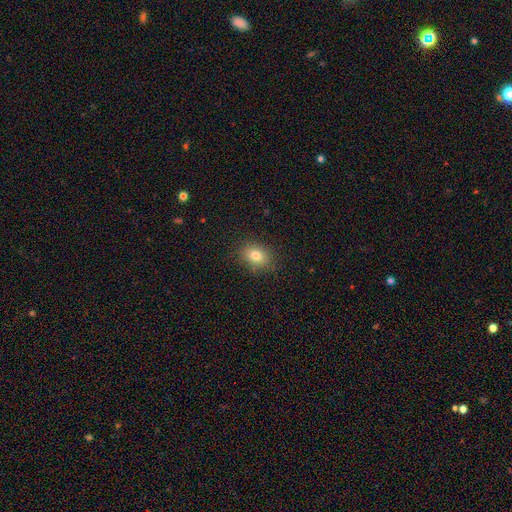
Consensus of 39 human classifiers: This is clearly a smooth galaxy (85%). How rounded: possibly in between (52%). Merging: clearly none (86%).